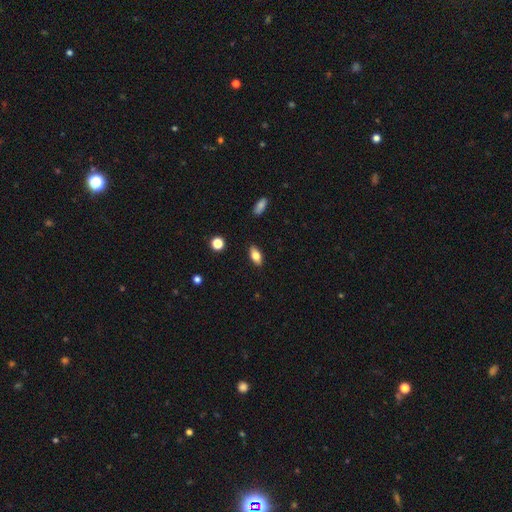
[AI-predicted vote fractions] This is likely a smooth galaxy (74%). How rounded: clearly in between (86%). Merging: clearly none (88%).